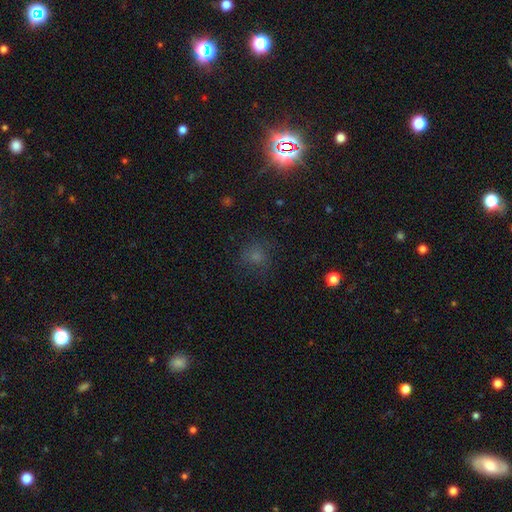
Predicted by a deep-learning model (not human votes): Q: Smooth or featured?
A: smooth (60%); runner-up: star or artifact (29%)
Q: How rounded?
A: round (82%); runner-up: in between (17%)
Q: Merging?
A: none (71%); runner-up: minor disturbance (16%)